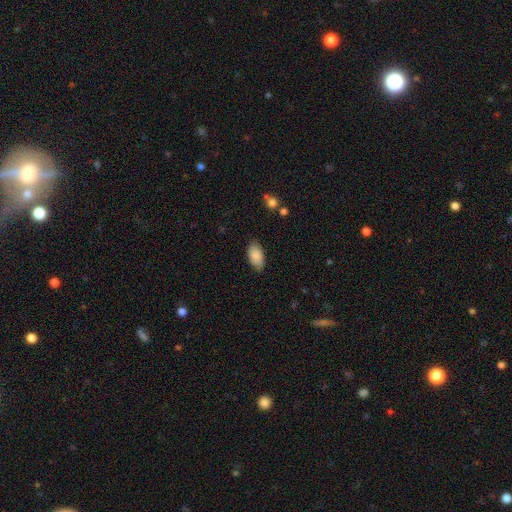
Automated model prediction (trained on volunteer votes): Morphology: type=smooth (85%); roundness=in between (94%); merging=none (77%).